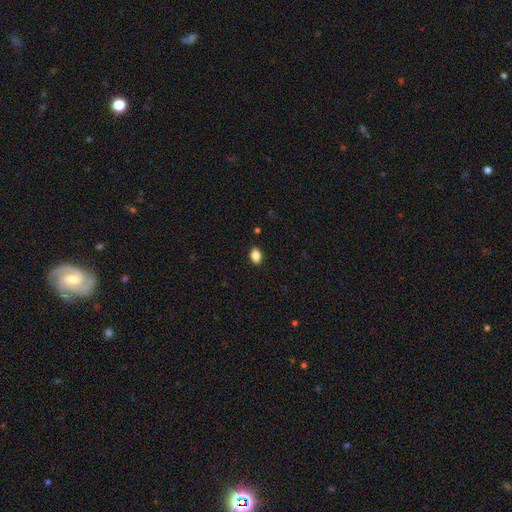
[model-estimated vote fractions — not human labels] Overall: smooth (87%). How rounded: in between (83%). Merging: none (89%).